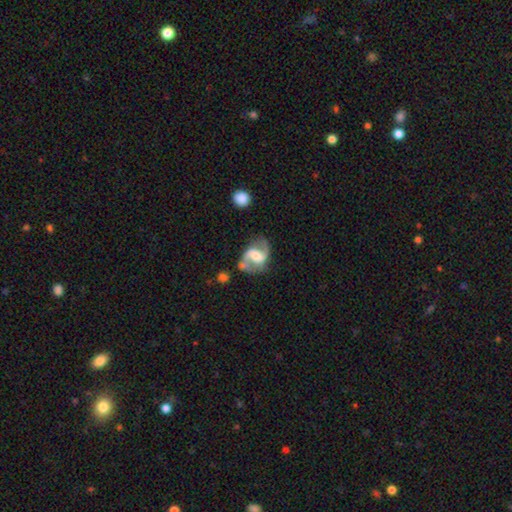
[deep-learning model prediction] Smooth or featured? featured or disk (84%)
Edge-on disk? no (98%)
Bar? weak (45%)
Spiral arms? yes (94%)
Spiral winding? medium (46%)
Spiral arm count? 2 (92%)
Bulge size? moderate (49%)
Merging? none (66%)